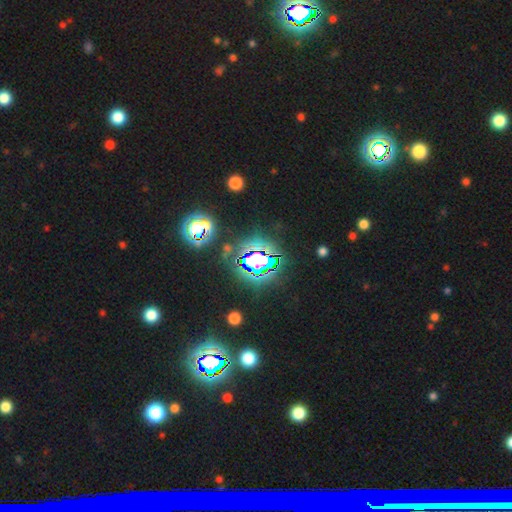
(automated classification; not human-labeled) Smooth or featured?
  - star or artifact: 74% *
  - smooth: 16%
  - featured or disk: 11%